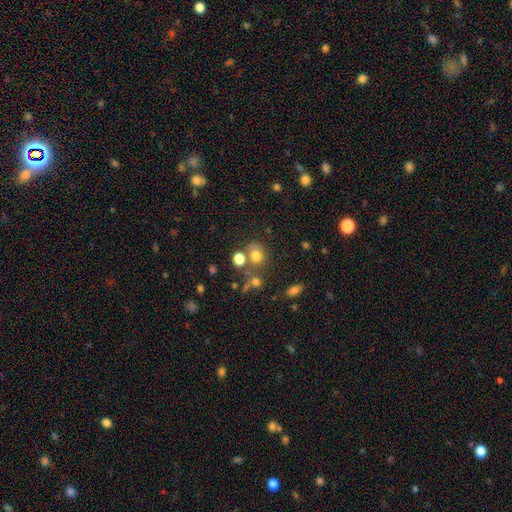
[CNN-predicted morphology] Overall: smooth (71%). How rounded: round (68%; in between 31%). Merging: none (54%; merger 23%).